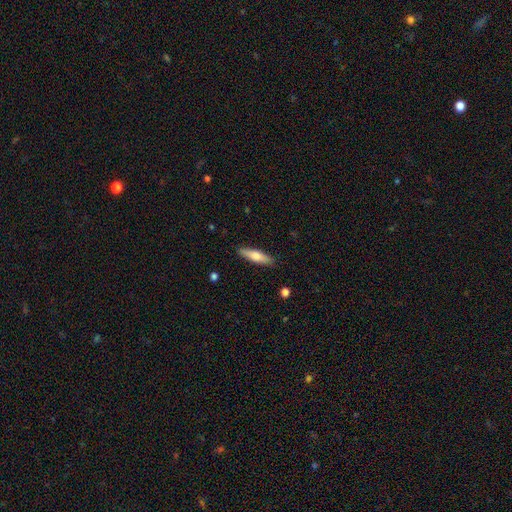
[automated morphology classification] Smooth or featured? Predicted: smooth (p=0.64). How rounded? Predicted: cigar-shaped (p=0.68). Merging? Predicted: none (p=0.89).